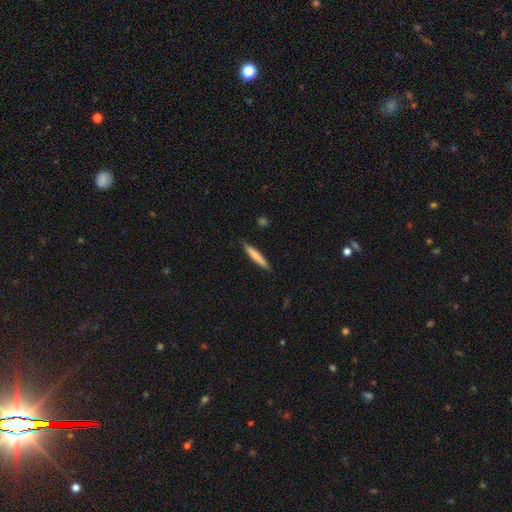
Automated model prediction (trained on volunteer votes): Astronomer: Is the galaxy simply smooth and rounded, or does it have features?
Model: smooth — 72%.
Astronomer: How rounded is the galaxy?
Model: cigar-shaped — 94%.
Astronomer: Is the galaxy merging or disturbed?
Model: none — 87%.